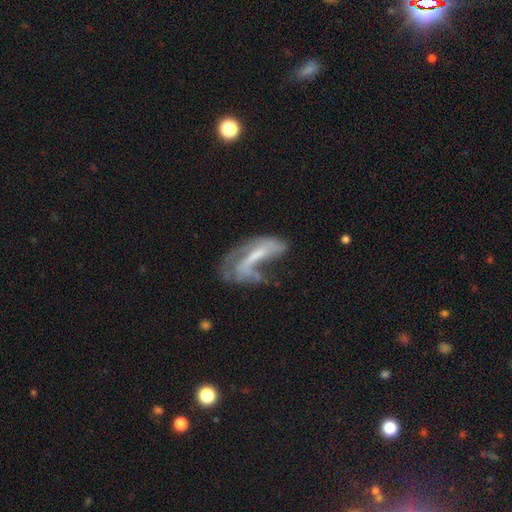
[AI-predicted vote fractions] Overall: featured or disk (64%; smooth 26%). Edge-on disk: no (89%). Bar: no (41%; weak 30%). Spiral arms: yes (50%, tied with no). Bulge size: none (42%; small 31%). Merging: major disturbance (47%; none 23%).